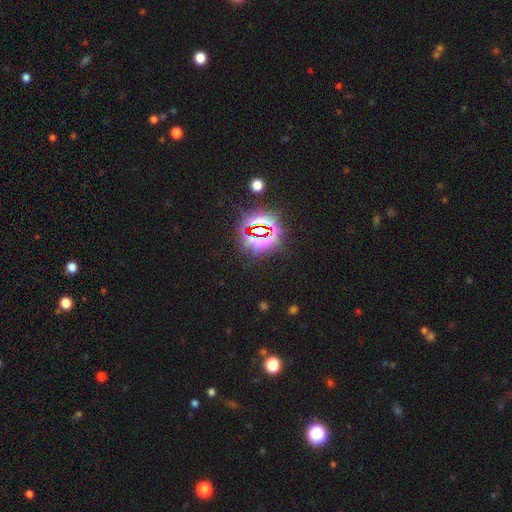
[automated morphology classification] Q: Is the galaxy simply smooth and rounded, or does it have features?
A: star or artifact — 81%.